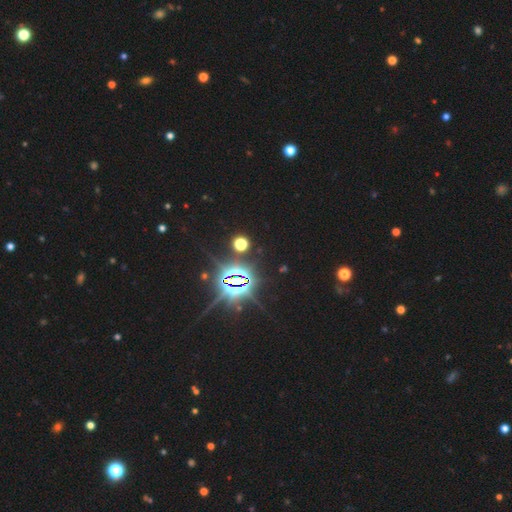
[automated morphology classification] Smooth or featured?
  - star or artifact: 84% *
  - smooth: 9%
  - featured or disk: 7%